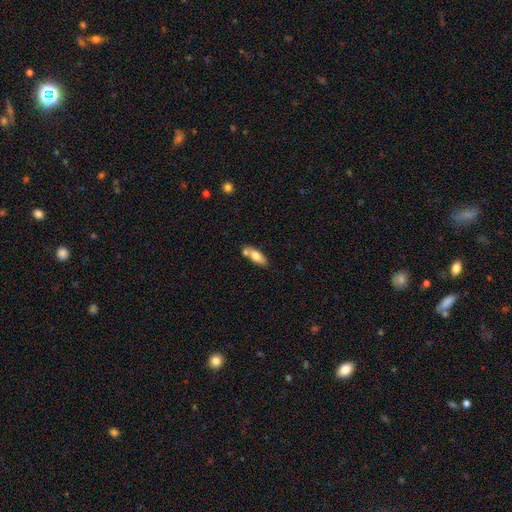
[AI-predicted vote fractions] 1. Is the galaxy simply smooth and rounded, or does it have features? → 70% smooth, 24% featured or disk, 6% star or artifact.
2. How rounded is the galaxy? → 70% in between, 27% cigar-shaped, 3% round.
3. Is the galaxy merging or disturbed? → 56% none, 24% merger, 16% minor disturbance, 4% major disturbance.